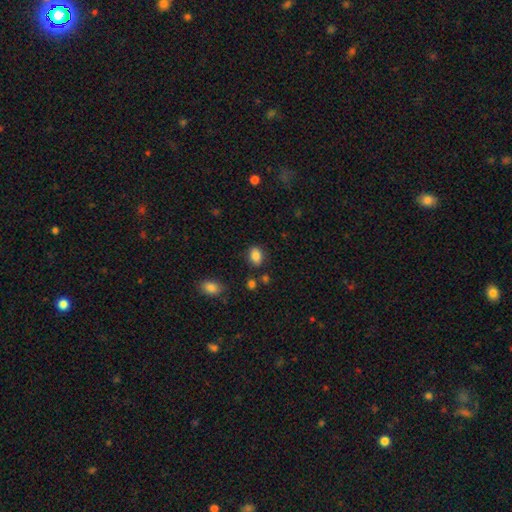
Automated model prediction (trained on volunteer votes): This appears to be a smooth galaxy with no disk features (86%) that is in between round and cigar-shaped (71%). Merging: none (82%).